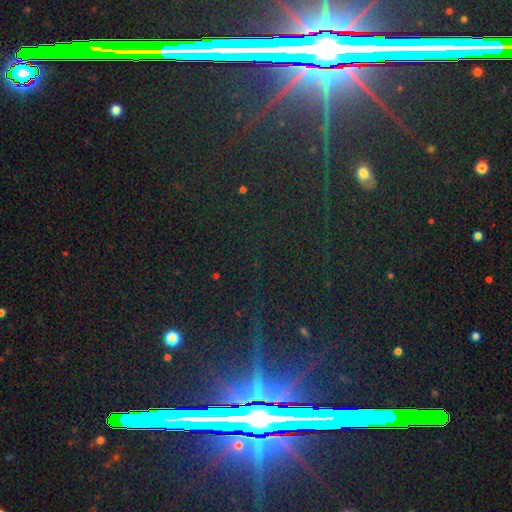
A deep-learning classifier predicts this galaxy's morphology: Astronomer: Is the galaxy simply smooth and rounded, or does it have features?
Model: star or artifact — 88%.